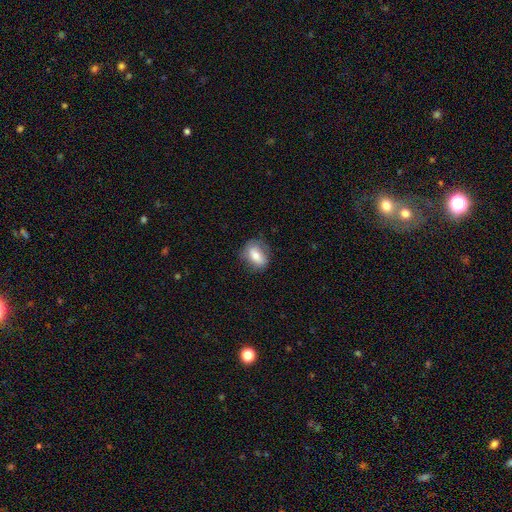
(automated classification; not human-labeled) smooth-or-featured: smooth: 68% | featured or disk: 23% | star or artifact: 8%
  how-rounded: in between: 72% | round: 24% | cigar-shaped: 3%
  merging: none: 73% | minor disturbance: 20% | major disturbance: 6% | merger: 1%